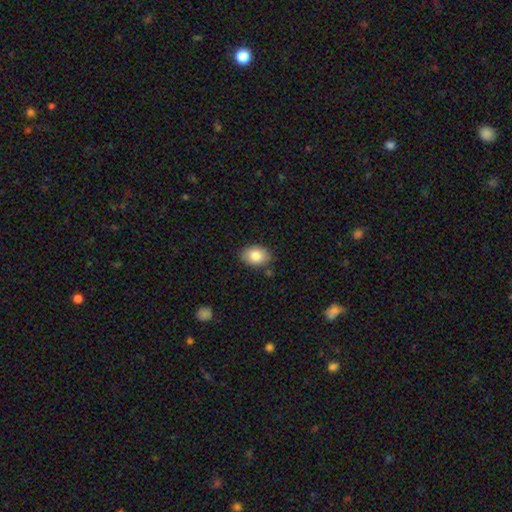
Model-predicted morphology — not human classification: Overall: smooth (83%). How rounded: in between (77%). Merging: none (83%).